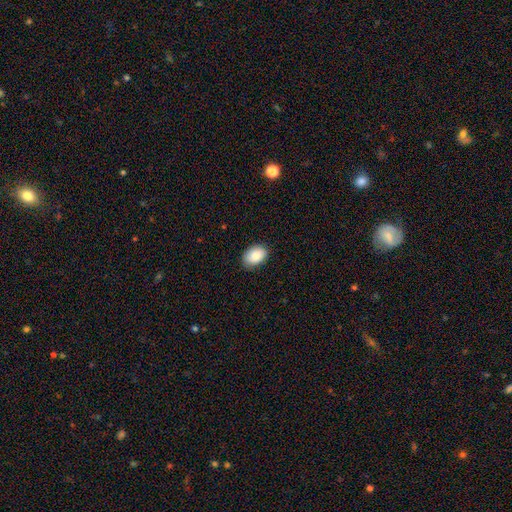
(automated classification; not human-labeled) smooth-or-featured: smooth: 88% | star or artifact: 7% | featured or disk: 5%
  how-rounded: in between: 85% | round: 14% | cigar-shaped: 1%
  merging: none: 84% | minor disturbance: 13% | major disturbance: 2% | merger: 1%